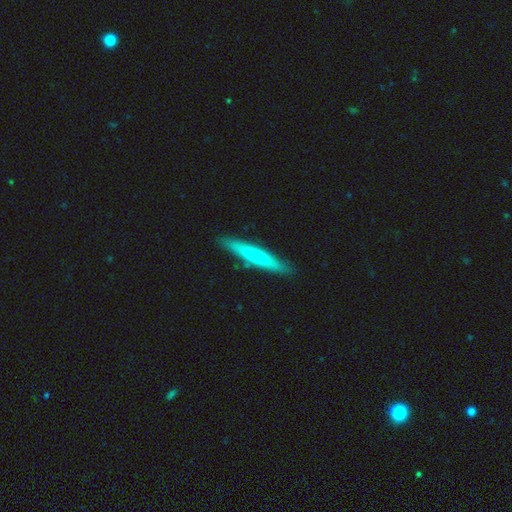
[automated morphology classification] Overall: smooth (65%; featured or disk 30%). How rounded: cigar-shaped (93%). Merging: none (86%).